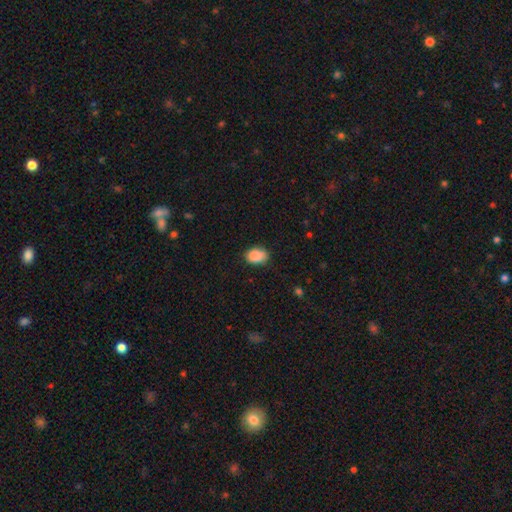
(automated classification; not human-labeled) Morphology: type=smooth (89%); roundness=in between (79%); merging=none (75%).